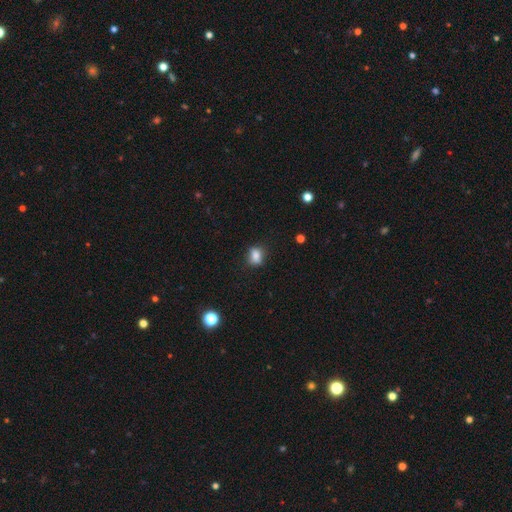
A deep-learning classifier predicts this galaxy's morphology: Overall: smooth (81%). How rounded: in between (61%; round 36%). Merging: none (73%).